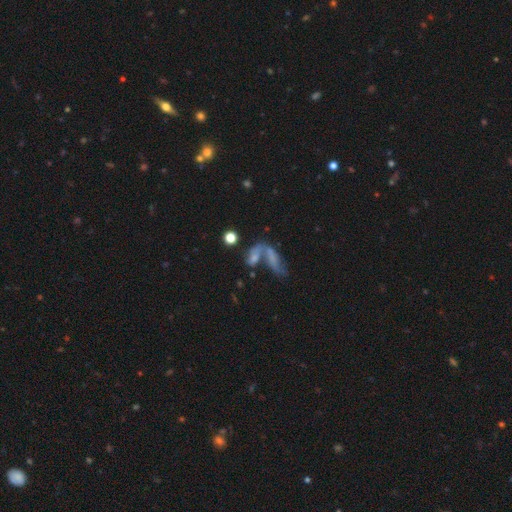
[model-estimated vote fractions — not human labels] Smooth or featured? Predicted: smooth (p=0.41). Merging? Predicted: merger (p=0.48).